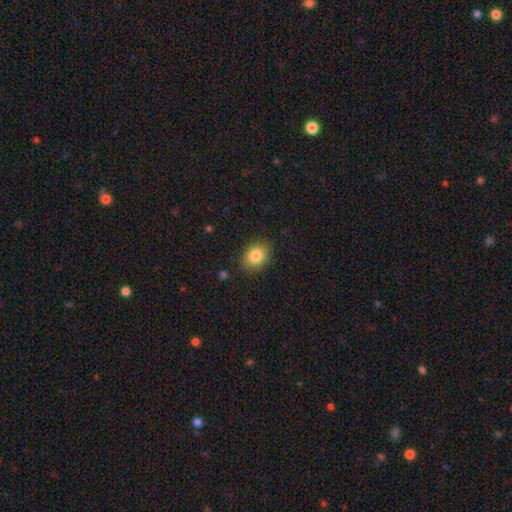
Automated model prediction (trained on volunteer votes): Smooth or featured? Predicted: smooth (p=0.84). How rounded? Predicted: in between (p=0.54). Merging? Predicted: none (p=0.86).